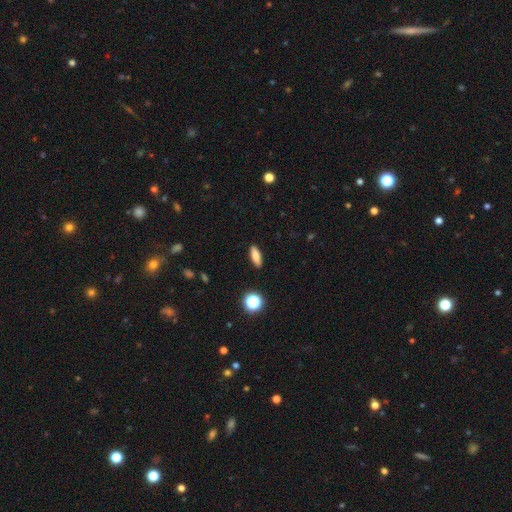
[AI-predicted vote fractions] A smooth galaxy with no disk features (81%) that is in between round and cigar-shaped (54%). Merging: none (90%).